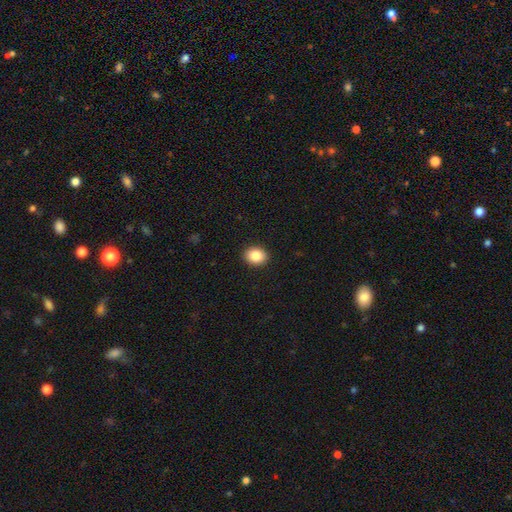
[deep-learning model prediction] Overall: smooth (86%). How rounded: in between (50%; round 49%). Merging: none (91%).